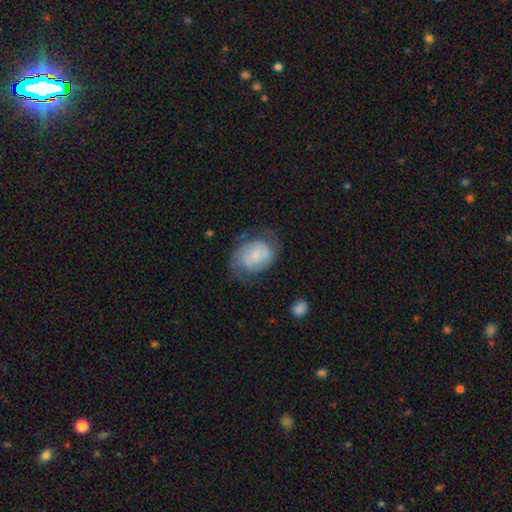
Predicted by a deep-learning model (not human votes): smooth-or-featured: featured or disk: 53% | smooth: 40% | star or artifact: 7%
  disk-edge-on: no: 97% | yes: 3%
    bar: no: 51% | weak: 40% | strong: 8%
    has-spiral-arms: yes: 78% | no: 22%
    bulge-size: small: 59% | moderate: 27% | none: 9% | large: 4% | dominant: 1%
  merging: none: 55% | minor disturbance: 26% | major disturbance: 17% | merger: 2%